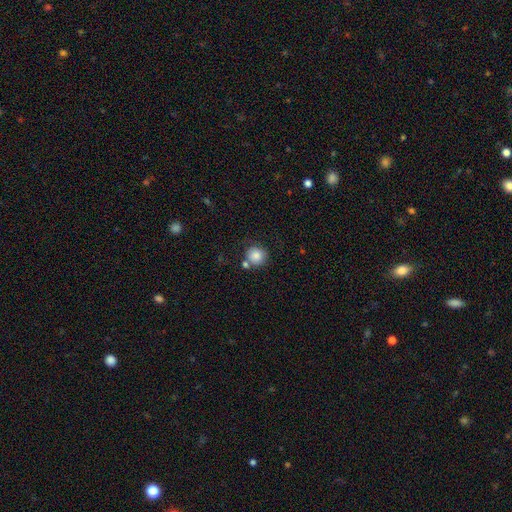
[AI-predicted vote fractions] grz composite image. It shows a smooth galaxy with no disk features (85%) that is round (93%). Merging: none (70%).